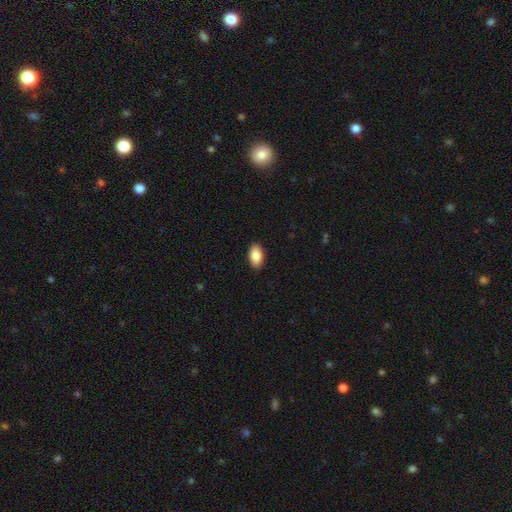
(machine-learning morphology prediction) A smooth galaxy with no disk features (87%) that is in between round and cigar-shaped (94%). Merging: none (90%).